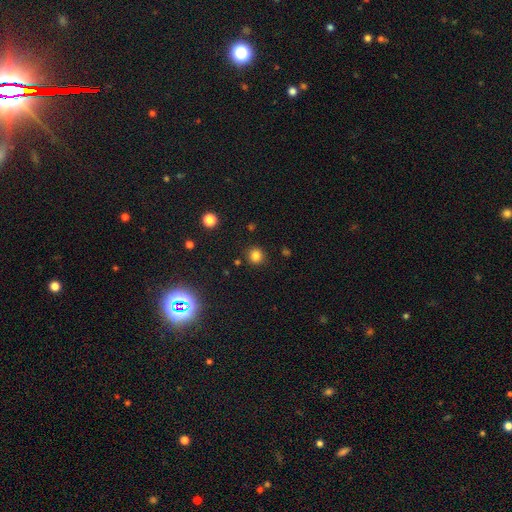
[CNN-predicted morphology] Q: Smooth or featured?
A: smooth (81%); runner-up: star or artifact (15%)
Q: How rounded?
A: round (91%); runner-up: in between (8%)
Q: Merging?
A: none (89%); runner-up: minor disturbance (6%)